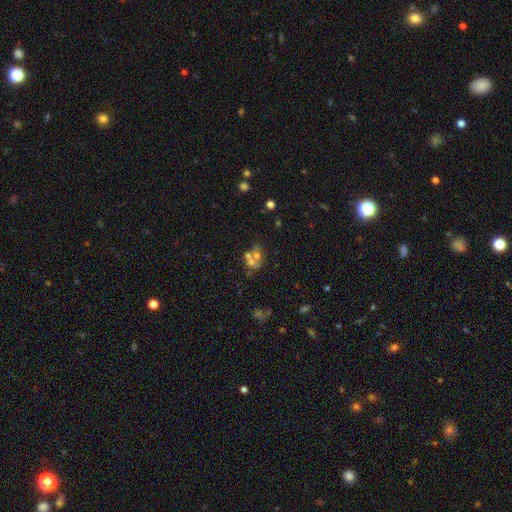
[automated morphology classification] Smooth or featured? Predicted: smooth (p=0.42). Merging? Predicted: merger (p=0.49).